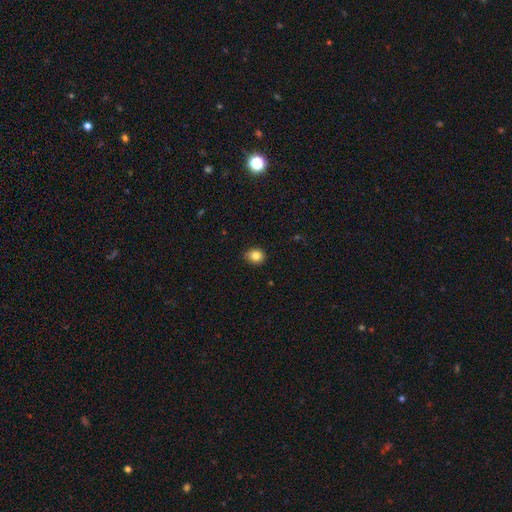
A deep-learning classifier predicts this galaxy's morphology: A smooth galaxy with no disk features (84%) that is round (60%).

Vote fractions:
- Smooth or featured? smooth: 84% / star or artifact: 10% / featured or disk: 6%
- How rounded? round: 60% / in between: 39% / cigar-shaped: 1%
- Merging? none: 85% / minor disturbance: 12% / major disturbance: 2% / merger: 1%